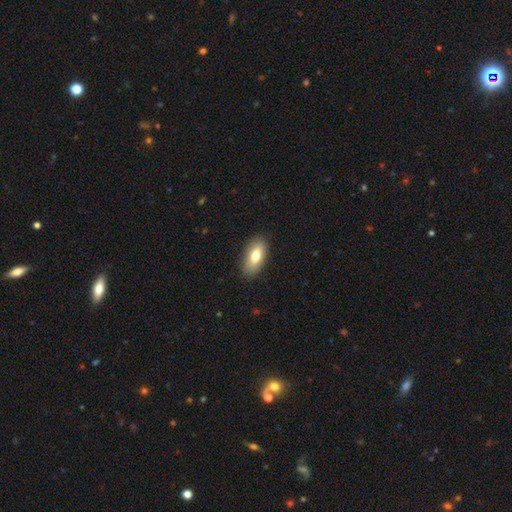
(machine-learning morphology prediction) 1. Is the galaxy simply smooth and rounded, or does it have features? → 77% smooth, 16% featured or disk, 7% star or artifact.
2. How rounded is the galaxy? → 87% in between, 9% cigar-shaped, 4% round.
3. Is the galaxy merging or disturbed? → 86% none, 11% minor disturbance, 2% major disturbance, 1% merger.